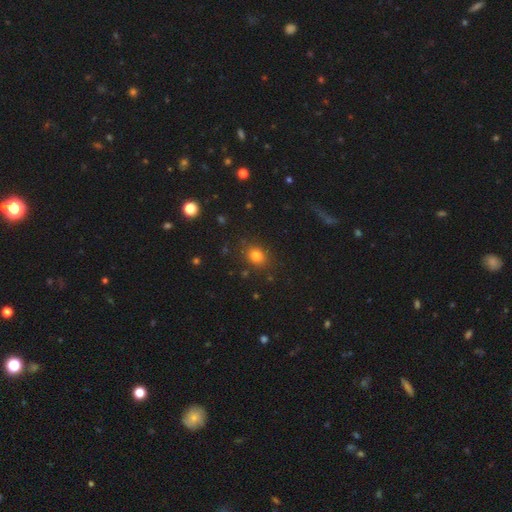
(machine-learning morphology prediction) Smooth or featured? smooth (80%)
How rounded? round (54%)
Merging? none (83%)